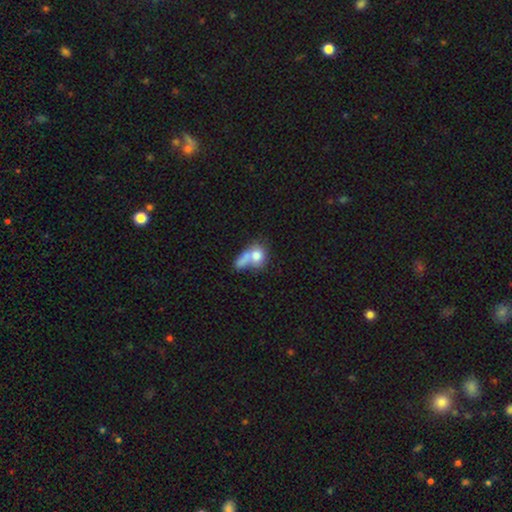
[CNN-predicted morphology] smooth_or_featured: smooth (p=0.72) [alt: featured or disk p=0.18]
how_rounded: round (p=0.61) [alt: in between p=0.35]
merging: merger (p=0.55) [alt: none p=0.24]